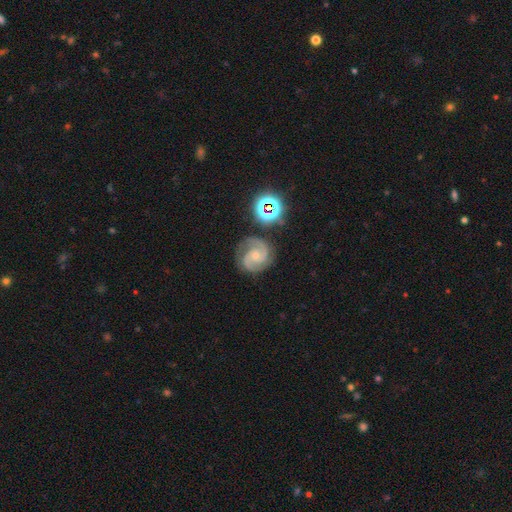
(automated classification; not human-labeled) Smooth or featured? Predicted: featured or disk (p=0.89). Edge-on disk? Predicted: no (p=0.98). Bar? Predicted: no (p=0.71). Spiral arms? Predicted: yes (p=0.98). Spiral winding? Predicted: tight (p=0.49). Spiral arm count? Predicted: 2 (p=0.79). Bulge size? Predicted: small (p=0.70). Merging? Predicted: none (p=0.78).